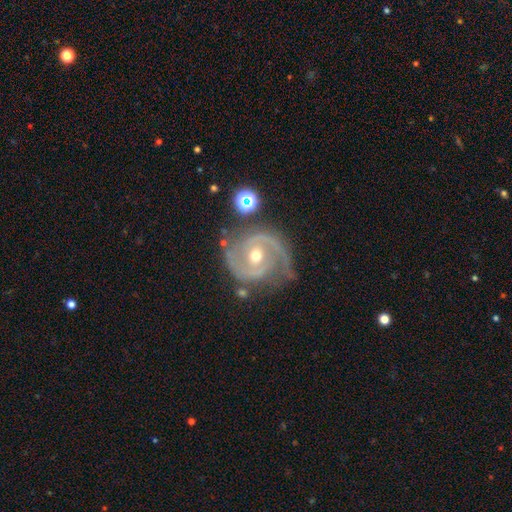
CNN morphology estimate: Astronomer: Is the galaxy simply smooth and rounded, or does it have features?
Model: featured or disk — 90%.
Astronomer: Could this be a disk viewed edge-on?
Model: no — 98%.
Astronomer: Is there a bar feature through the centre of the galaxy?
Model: no — 56% (runner-up: weak, 32%).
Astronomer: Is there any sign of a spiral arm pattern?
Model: yes — 98%.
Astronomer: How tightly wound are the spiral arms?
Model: tight — 47% (runner-up: medium, 45%).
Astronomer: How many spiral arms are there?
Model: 2 — 85%.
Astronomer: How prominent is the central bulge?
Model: moderate — 61% (runner-up: small, 36%).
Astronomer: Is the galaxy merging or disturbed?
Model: none — 69%.